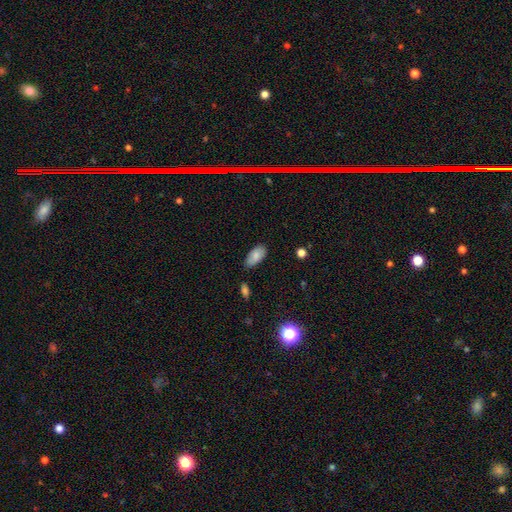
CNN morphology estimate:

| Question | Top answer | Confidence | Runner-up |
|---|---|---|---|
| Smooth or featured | smooth | 81% | featured or disk (12%) |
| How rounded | in between | 93% | cigar-shaped (5%) |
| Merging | none | 74% | minor disturbance (20%) |